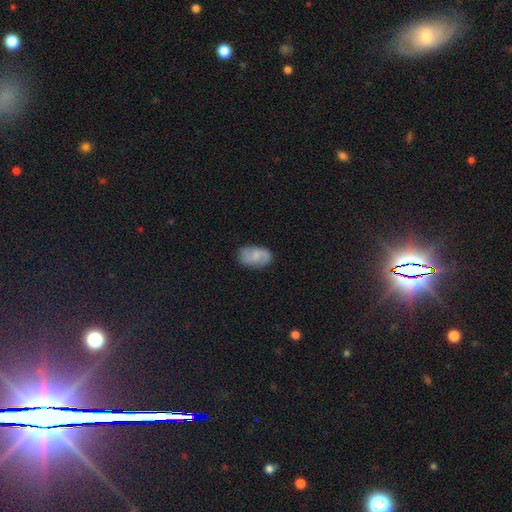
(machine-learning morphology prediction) smooth 55%, featured or disk 38%, star or artifact 7%. Down the decision tree: how rounded — in between (91%); merging — none (77%).